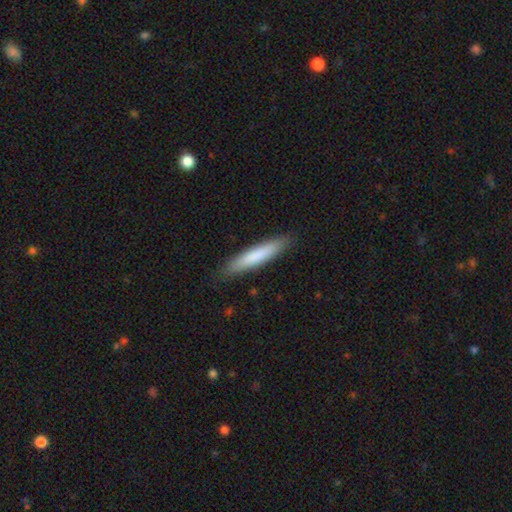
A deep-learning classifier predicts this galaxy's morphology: smooth_or_featured: smooth (p=0.67) [alt: featured or disk p=0.25]
how_rounded: cigar-shaped (p=0.92) [alt: in between p=0.06]
merging: none (p=0.89) [alt: minor disturbance p=0.08]